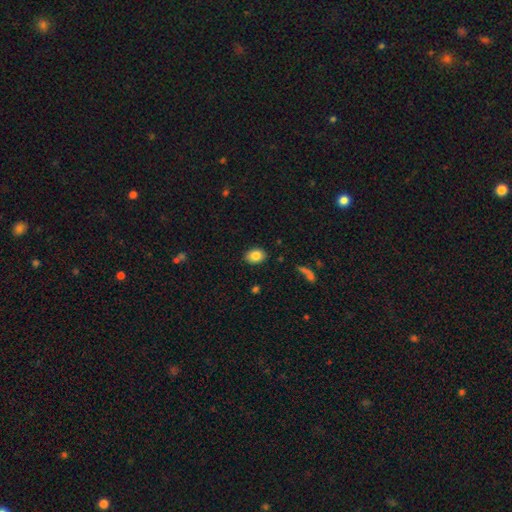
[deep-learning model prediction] smooth-or-featured: smooth: 84% | star or artifact: 8% | featured or disk: 8%
  how-rounded: in between: 73% | round: 26% | cigar-shaped: 1%
  merging: none: 88% | minor disturbance: 9% | major disturbance: 2% | merger: 1%